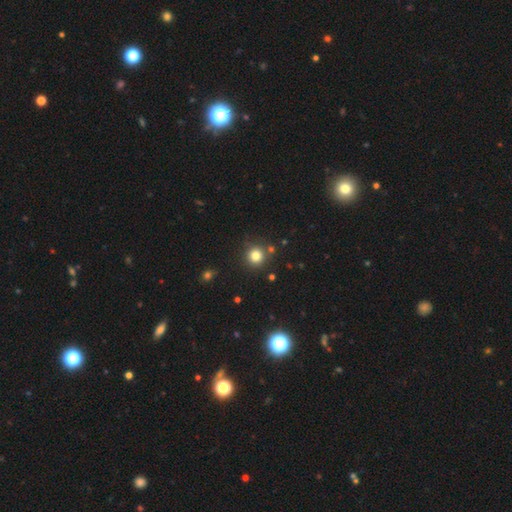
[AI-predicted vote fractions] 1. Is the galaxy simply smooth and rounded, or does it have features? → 80% smooth, 14% star or artifact, 6% featured or disk.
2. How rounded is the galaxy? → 94% round, 5% in between, 1% cigar-shaped.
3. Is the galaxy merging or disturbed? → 85% none, 7% minor disturbance, 6% merger, 2% major disturbance.